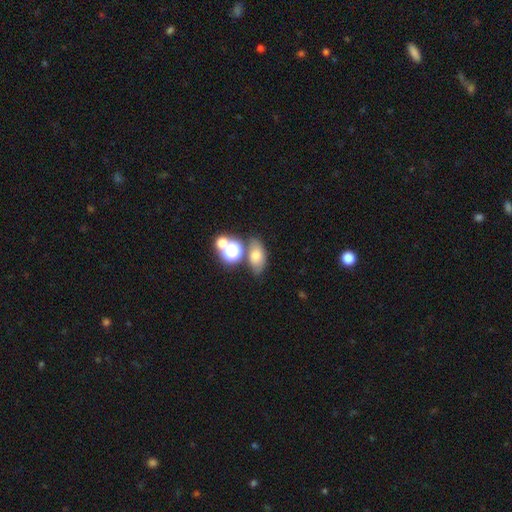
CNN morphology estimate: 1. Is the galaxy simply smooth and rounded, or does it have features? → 65% smooth, 18% featured or disk, 17% star or artifact.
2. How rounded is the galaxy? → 78% in between, 19% round, 3% cigar-shaped.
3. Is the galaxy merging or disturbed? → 61% none, 19% merger, 14% minor disturbance, 6% major disturbance.